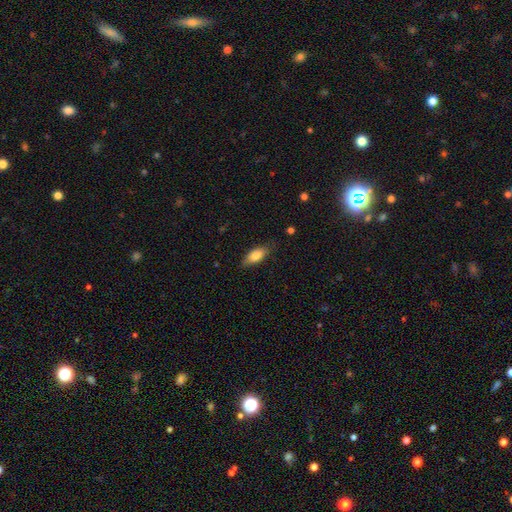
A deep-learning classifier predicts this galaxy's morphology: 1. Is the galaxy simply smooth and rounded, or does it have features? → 79% smooth, 14% featured or disk, 6% star or artifact.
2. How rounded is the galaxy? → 79% in between, 18% cigar-shaped, 3% round.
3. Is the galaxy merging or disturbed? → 78% none, 17% minor disturbance, 3% major disturbance, 1% merger.